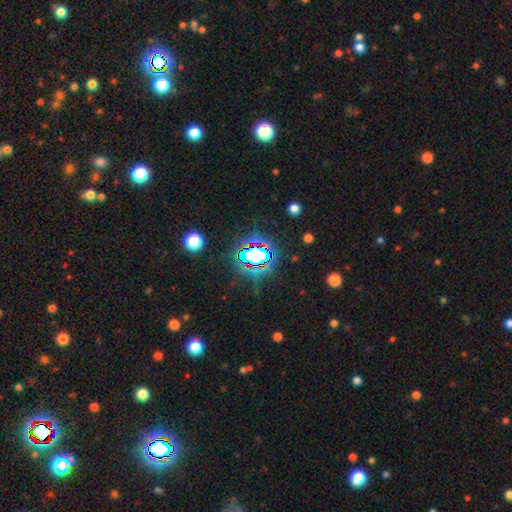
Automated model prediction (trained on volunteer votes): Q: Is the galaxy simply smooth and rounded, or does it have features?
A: star or artifact — 67%.